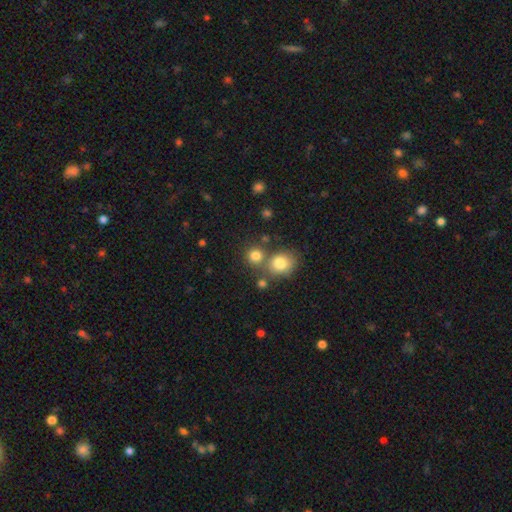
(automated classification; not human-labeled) smooth_or_featured: smooth (p=0.80) [alt: star or artifact p=0.13]
how_rounded: round (p=0.86) [alt: in between p=0.13]
merging: none (p=0.62) [alt: merger p=0.26]